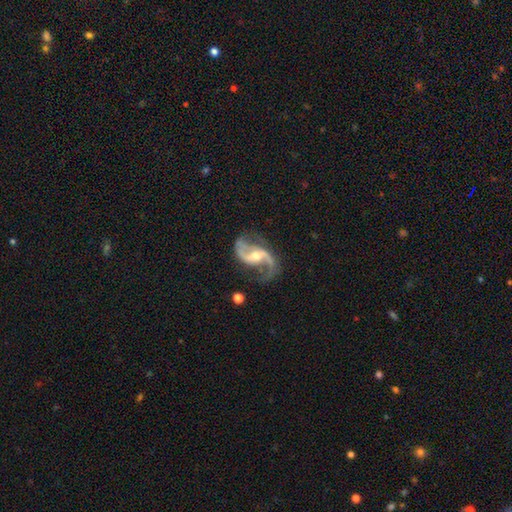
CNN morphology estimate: Smooth or featured? Predicted: featured or disk (p=0.92). Edge-on disk? Predicted: no (p=0.98). Bar? Predicted: weak (p=0.41). Spiral arms? Predicted: yes (p=0.98). Spiral winding? Predicted: loose (p=0.65). Spiral arm count? Predicted: 2 (p=0.93). Bulge size? Predicted: moderate (p=0.59). Merging? Predicted: none (p=0.72).